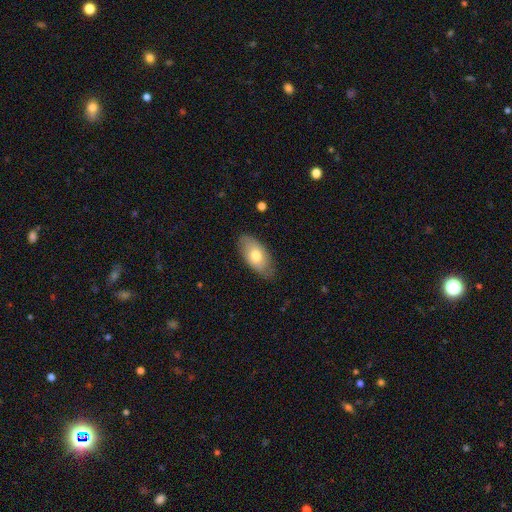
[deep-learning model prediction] Overall: smooth (67%). How rounded: in between (93%). Merging: none (77%).